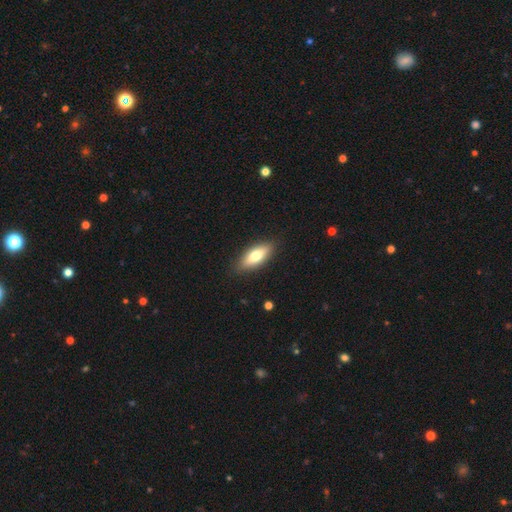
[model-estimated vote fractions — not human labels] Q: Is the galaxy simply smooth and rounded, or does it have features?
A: smooth — 70%.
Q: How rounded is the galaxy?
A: in between — 74%.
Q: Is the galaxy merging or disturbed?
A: none — 87%.